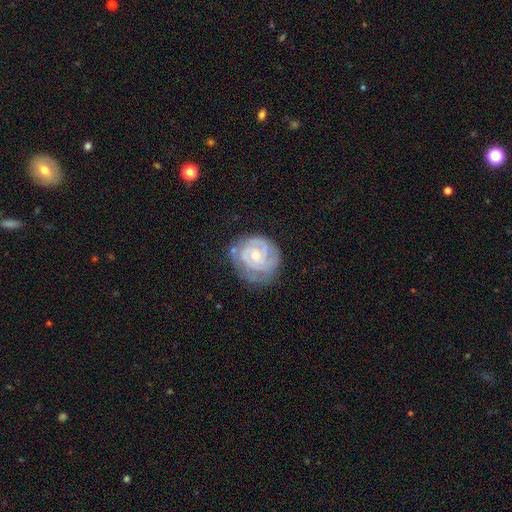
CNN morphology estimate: Smooth or featured? Predicted: featured or disk (p=0.84). Edge-on disk? Predicted: no (p=0.98). Bar? Predicted: no (p=0.69). Spiral arms? Predicted: yes (p=0.95). Spiral winding? Predicted: tight (p=0.72). Spiral arm count? Predicted: 2 (p=0.40). Bulge size? Predicted: small (p=0.56). Merging? Predicted: none (p=0.67).